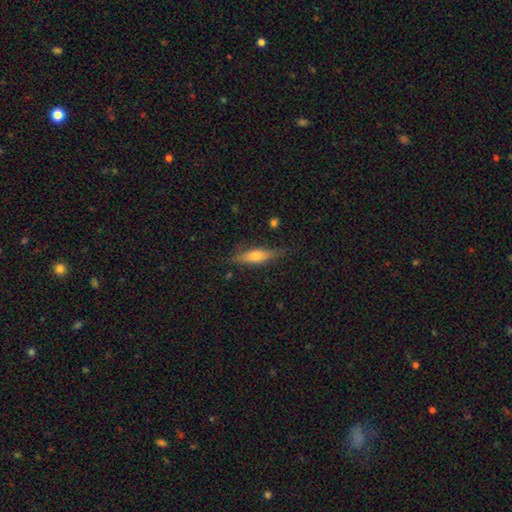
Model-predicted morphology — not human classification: Q: Smooth or featured?
A: smooth (49%); runner-up: featured or disk (43%)
Q: Merging?
A: none (79%); runner-up: minor disturbance (16%)